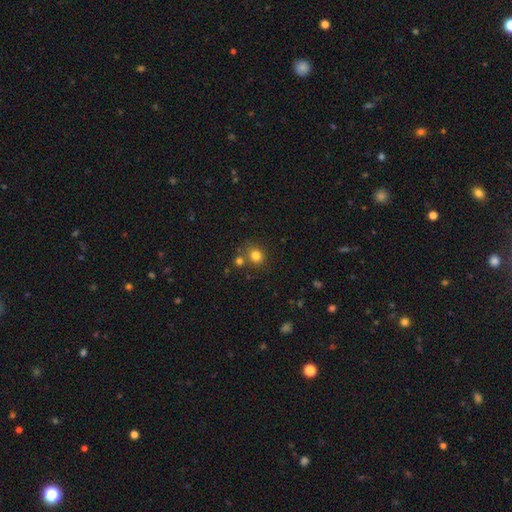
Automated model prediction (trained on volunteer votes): Smooth or featured?
  - smooth: 80% *
  - star or artifact: 14%
  - featured or disk: 7%
How rounded?
  - round: 80% *
  - in between: 19%
  - cigar-shaped: 1%
Merging?
  - none: 71% *
  - merger: 16%
  - minor disturbance: 10%
  - major disturbance: 3%